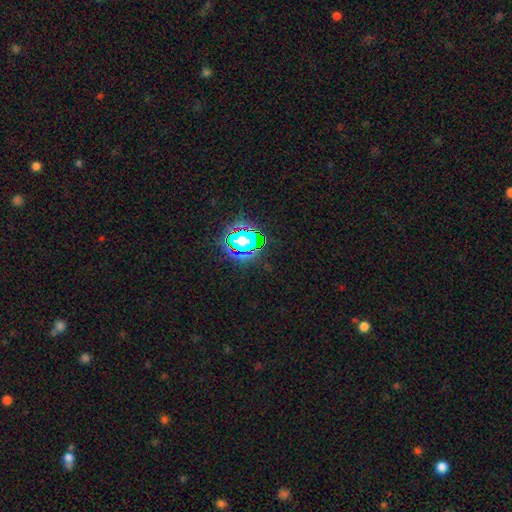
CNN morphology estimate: Smooth or featured? star or artifact (80%)